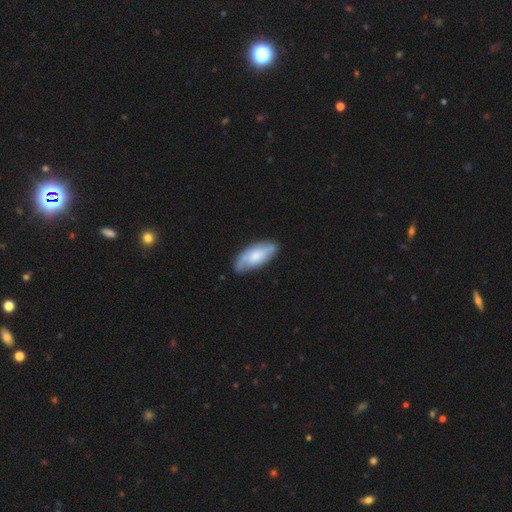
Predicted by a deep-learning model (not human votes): Smooth or featured?
  - smooth: 56% *
  - featured or disk: 38%
  - star or artifact: 6%
How rounded?
  - in between: 81% *
  - cigar-shaped: 17%
  - round: 2%
Merging?
  - none: 71% *
  - minor disturbance: 22%
  - major disturbance: 5%
  - merger: 2%